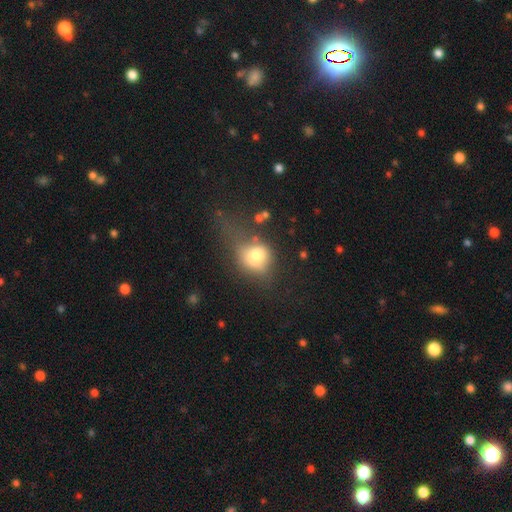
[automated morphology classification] Smooth or featured?
  - smooth: 72% *
  - featured or disk: 16%
  - star or artifact: 12%
How rounded?
  - round: 61% *
  - in between: 37%
  - cigar-shaped: 2%
Merging?
  - none: 33% * (tied)
  - major disturbance: 33% * (tied)
  - minor disturbance: 27%
  - merger: 7%